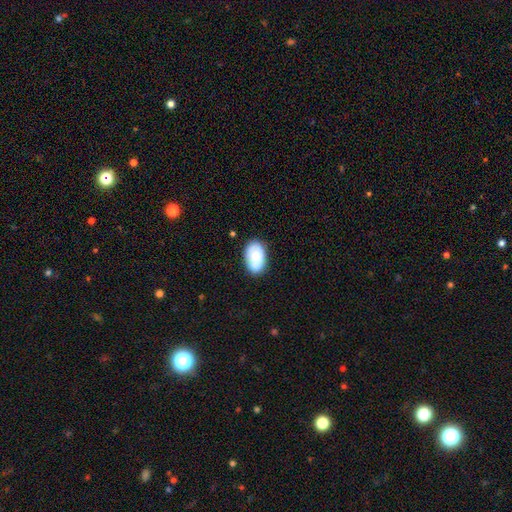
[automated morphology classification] A smooth galaxy with no disk features (66%) that is in between round and cigar-shaped (90%).

Vote fractions:
- Smooth or featured? smooth: 66% / featured or disk: 28% / star or artifact: 7%
- How rounded? in between: 90% / round: 9% / cigar-shaped: 1%
- Merging? none: 74% / minor disturbance: 18% / merger: 5% / major disturbance: 4%